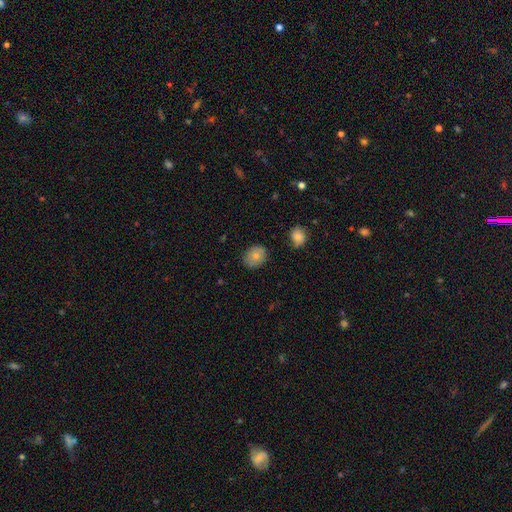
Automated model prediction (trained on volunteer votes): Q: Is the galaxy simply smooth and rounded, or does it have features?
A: smooth — 80%.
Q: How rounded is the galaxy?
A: round — 52%.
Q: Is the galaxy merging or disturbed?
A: none — 77%.